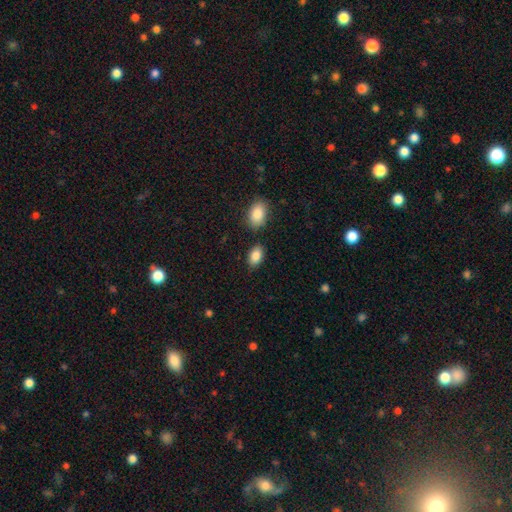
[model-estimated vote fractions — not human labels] smooth_or_featured: smooth (p=0.87) [alt: star or artifact p=0.07]
how_rounded: in between (p=0.91) [alt: round p=0.07]
merging: none (p=0.79) [alt: minor disturbance p=0.12]